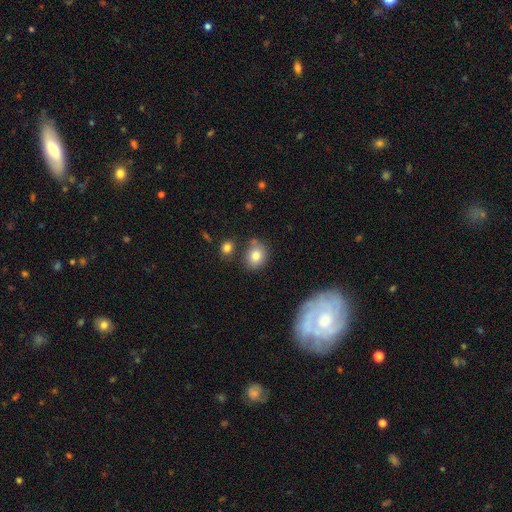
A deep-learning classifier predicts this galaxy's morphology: Smooth or featured? smooth (82%)
How rounded? round (58%)
Merging? none (70%)